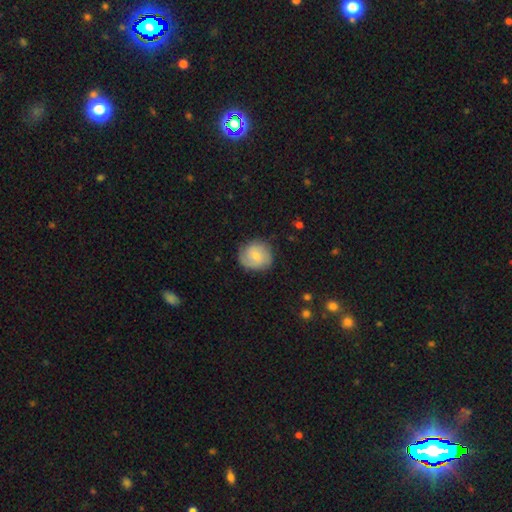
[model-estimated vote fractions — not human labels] This appears to be a smooth galaxy with no disk features (49%). Merging: none (78%).